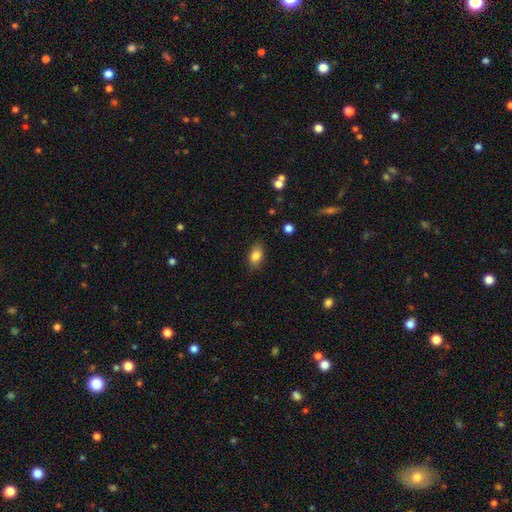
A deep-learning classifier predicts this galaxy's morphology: A smooth galaxy with no disk features (84%) that is in between round and cigar-shaped (85%).

Vote fractions:
- Smooth or featured? smooth: 84% / star or artifact: 9% / featured or disk: 7%
- How rounded? in between: 85% / round: 13% / cigar-shaped: 3%
- Merging? none: 81% / minor disturbance: 14% / major disturbance: 3% / merger: 1%